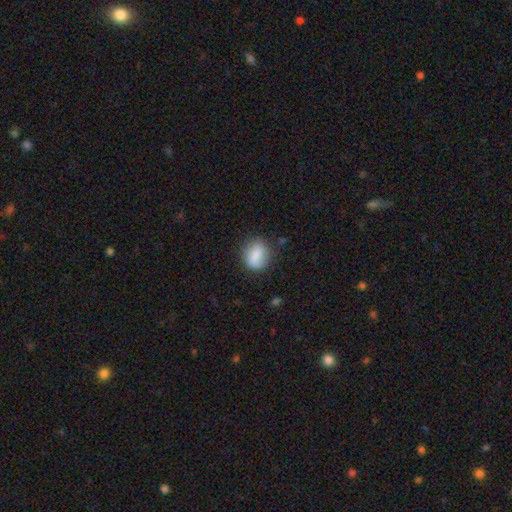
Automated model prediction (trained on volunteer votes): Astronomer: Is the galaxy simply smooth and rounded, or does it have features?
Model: smooth — 79%.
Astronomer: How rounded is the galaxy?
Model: round — 56% (runner-up: in between, 42%).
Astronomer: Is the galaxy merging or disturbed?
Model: none — 73%.